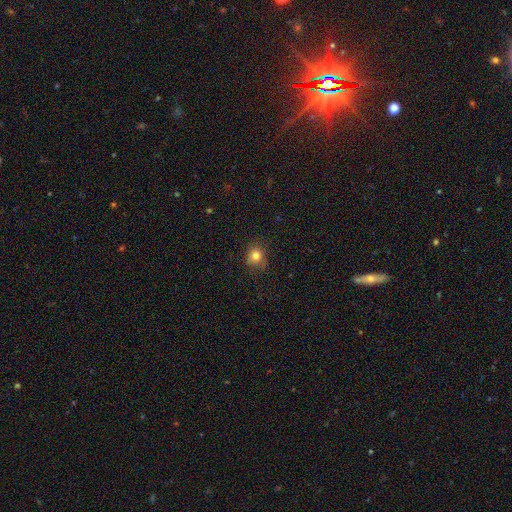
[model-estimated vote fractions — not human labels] A smooth galaxy with no disk features (80%) that is round (78%).

Vote fractions:
- Smooth or featured? smooth: 80% / star or artifact: 13% / featured or disk: 7%
- How rounded? round: 78% / in between: 21% / cigar-shaped: 1%
- Merging? none: 79% / minor disturbance: 16% / major disturbance: 4% / merger: 1%